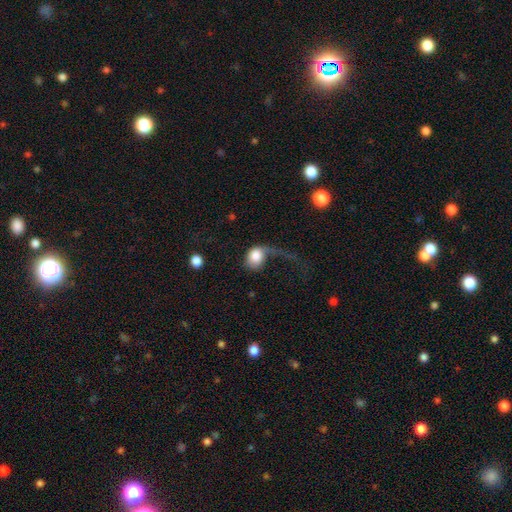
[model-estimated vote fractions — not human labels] Smooth or featured: smooth — 70% (featured or disk — 23%)
How rounded: round — 57% (in between — 41%)
Merging: major disturbance — 63% (none — 17%)